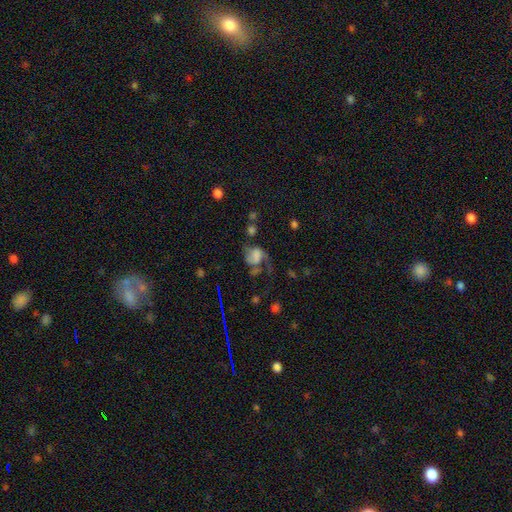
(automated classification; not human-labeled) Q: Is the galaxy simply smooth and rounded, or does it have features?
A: featured or disk — 53%.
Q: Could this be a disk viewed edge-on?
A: no — 97%.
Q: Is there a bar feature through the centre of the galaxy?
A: no — 61%.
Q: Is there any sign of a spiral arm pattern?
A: yes — 76%.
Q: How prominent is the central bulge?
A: none — 39%.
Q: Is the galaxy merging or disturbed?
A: major disturbance — 44%.